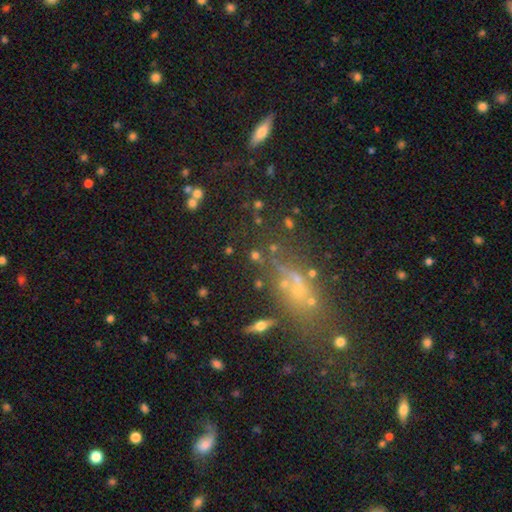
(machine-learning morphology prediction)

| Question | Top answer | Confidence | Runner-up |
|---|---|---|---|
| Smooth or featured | smooth | 49% | star or artifact (31%) |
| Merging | none | 71% | minor disturbance (11%) |